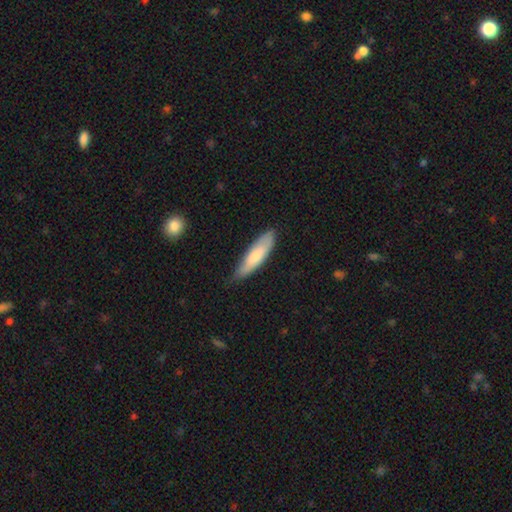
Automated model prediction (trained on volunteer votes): Smooth or featured? Predicted: smooth (p=0.74). How rounded? Predicted: cigar-shaped (p=0.63). Merging? Predicted: none (p=0.72).